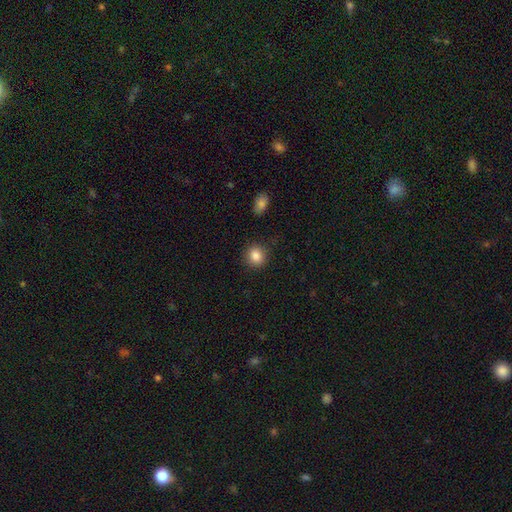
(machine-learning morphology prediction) Overall: smooth (86%). How rounded: round (82%). Merging: none (87%).